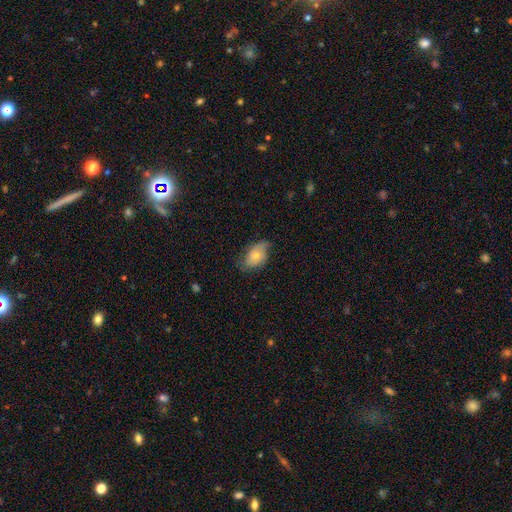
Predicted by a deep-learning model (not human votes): Morphology: type=smooth (67%); roundness=in between (90%); merging=none (61%).